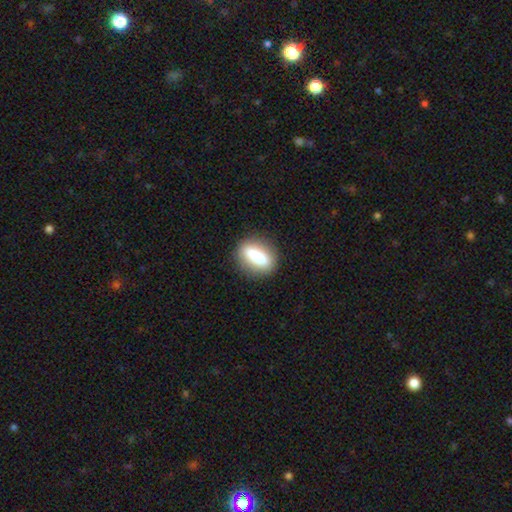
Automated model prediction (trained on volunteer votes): Smooth or featured? smooth (70%)
How rounded? in between (53%)
Merging? none (86%)